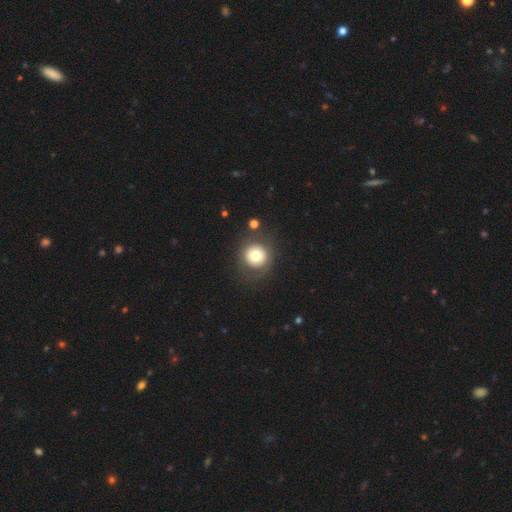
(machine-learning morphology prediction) smooth 68%, featured or disk 22%, star or artifact 10%. Down the decision tree: how rounded — round (93%); merging — none (76%).